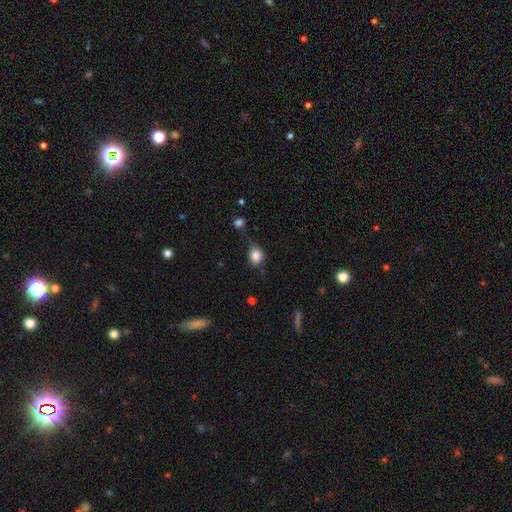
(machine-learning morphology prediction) type=smooth (82%); roundness=round (62%); merging=none (55%).